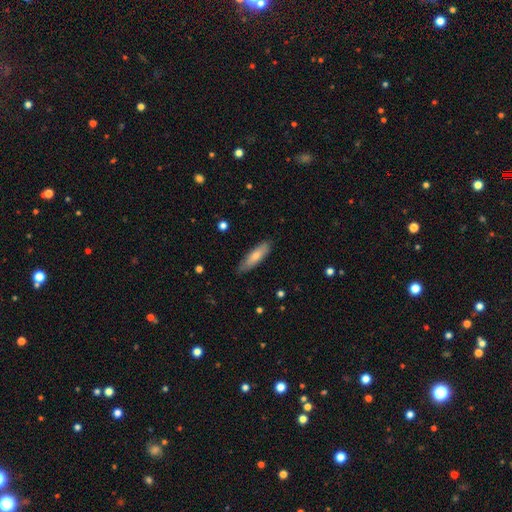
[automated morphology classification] This is likely a smooth galaxy (71%). How rounded: likely cigar-shaped (64%). Merging: clearly none (83%).